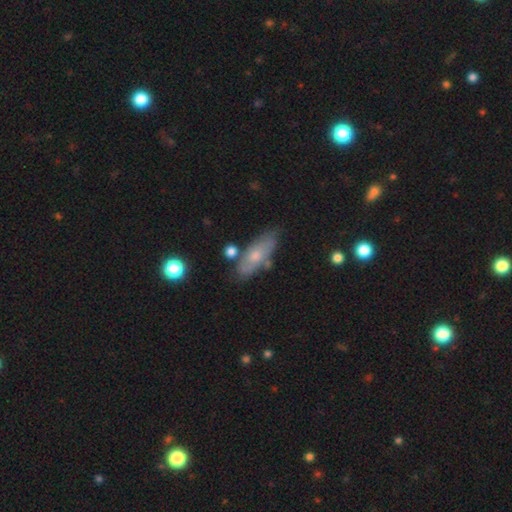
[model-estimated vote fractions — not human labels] Morphology: type=smooth (56%); roundness=in between (67%); merging=none (66%).